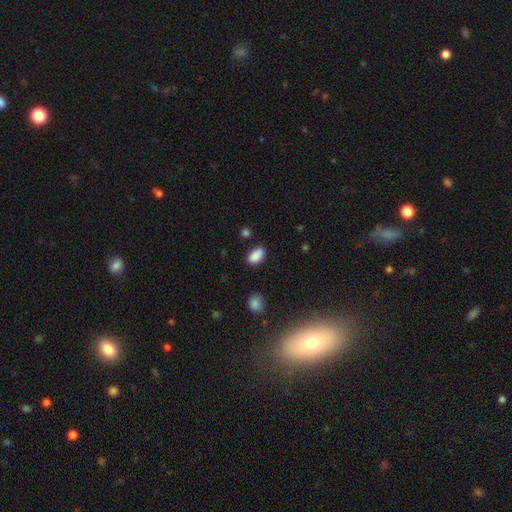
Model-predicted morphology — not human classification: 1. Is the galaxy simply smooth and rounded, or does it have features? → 88% smooth, 9% star or artifact, 4% featured or disk.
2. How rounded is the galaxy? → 92% in between, 6% round, 2% cigar-shaped.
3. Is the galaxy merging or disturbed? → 80% none, 15% minor disturbance, 3% major disturbance, 2% merger.